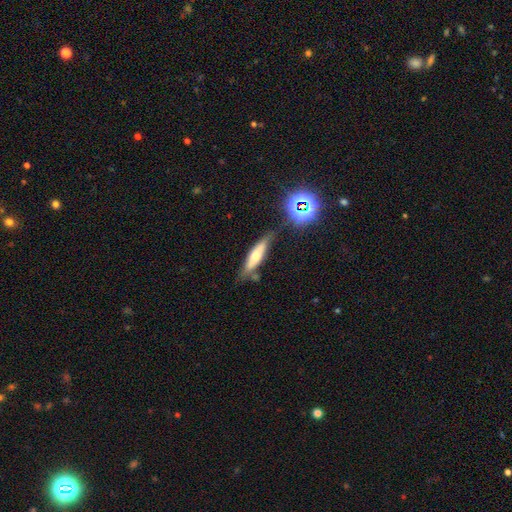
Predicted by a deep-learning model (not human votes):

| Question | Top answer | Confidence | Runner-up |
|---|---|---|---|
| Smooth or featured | smooth | 52% | featured or disk (37%) |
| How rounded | cigar-shaped | 67% | in between (30%) |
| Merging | none | 63% | minor disturbance (21%) |